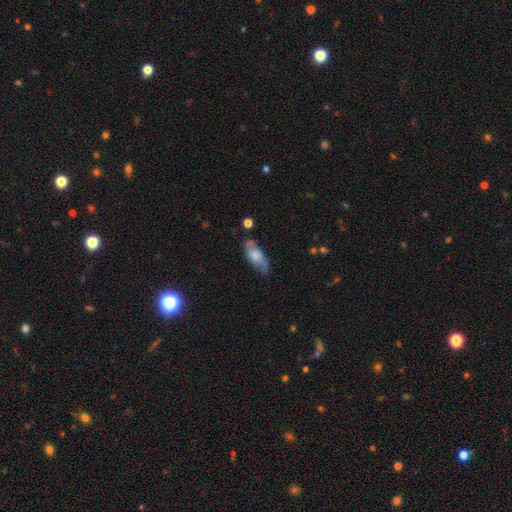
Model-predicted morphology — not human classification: A smooth galaxy with no disk features (54%) that is in between round and cigar-shaped (74%).

Vote fractions:
- Smooth or featured? smooth: 54% / featured or disk: 39% / star or artifact: 7%
- How rounded? in between: 74% / cigar-shaped: 23% / round: 3%
- Merging? none: 63% / minor disturbance: 24% / major disturbance: 7% / merger: 5%